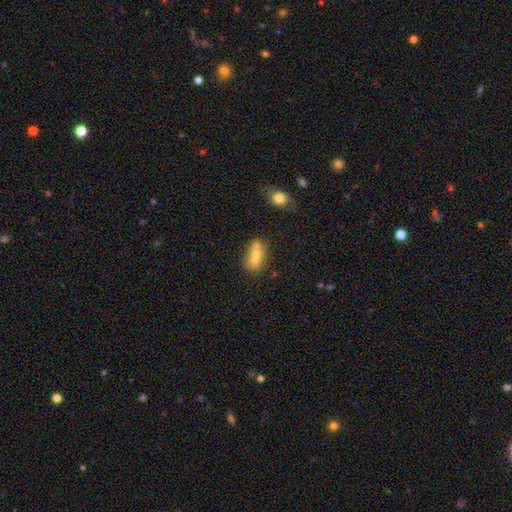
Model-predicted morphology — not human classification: Smooth or featured? smooth (64%)
How rounded? in between (70%)
Merging? merger (52%)